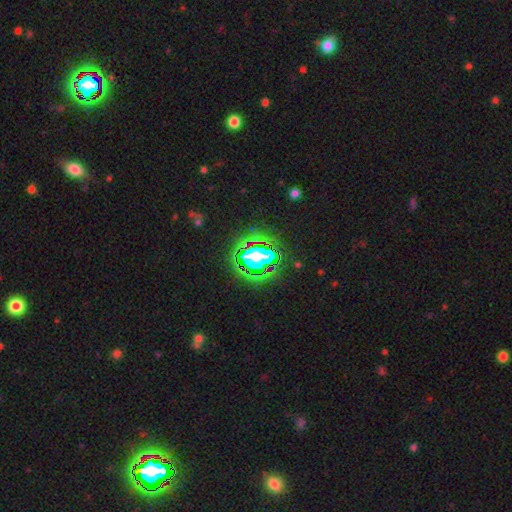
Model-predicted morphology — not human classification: A star or artifact, not a galaxy (66%).

Vote fractions:
- Smooth or featured? star or artifact: 66% / smooth: 20% / featured or disk: 14%